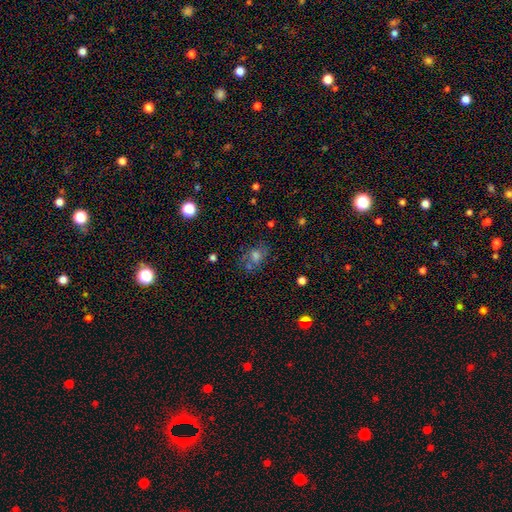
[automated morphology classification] type=smooth (55%); roundness=in between (53%); merging=none (59%).